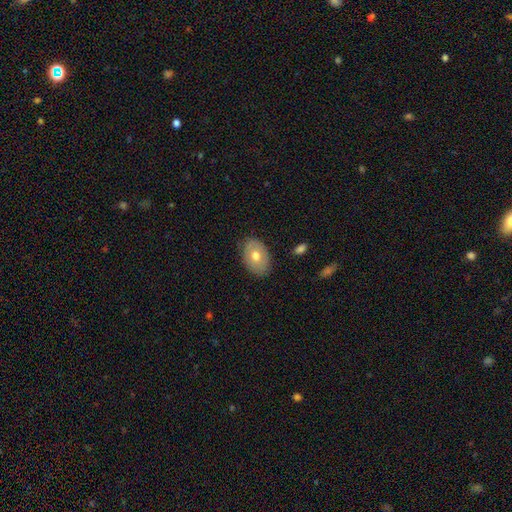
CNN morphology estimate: Overall: smooth (66%; featured or disk 27%). How rounded: in between (83%). Merging: none (82%).